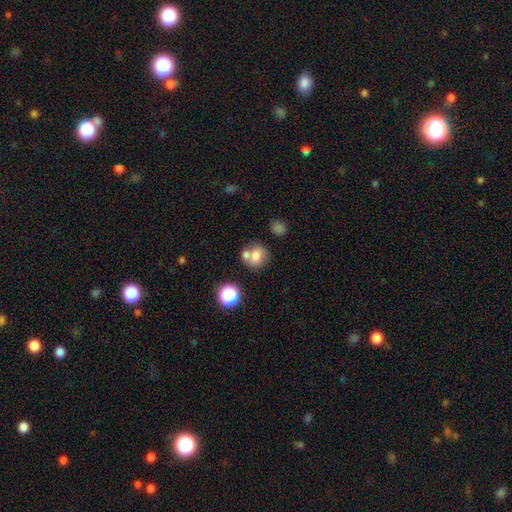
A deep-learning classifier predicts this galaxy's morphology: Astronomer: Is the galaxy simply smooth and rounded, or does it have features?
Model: smooth — 72%.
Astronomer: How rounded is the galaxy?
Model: round — 74%.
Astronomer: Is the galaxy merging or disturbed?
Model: none — 50% (runner-up: merger, 34%).